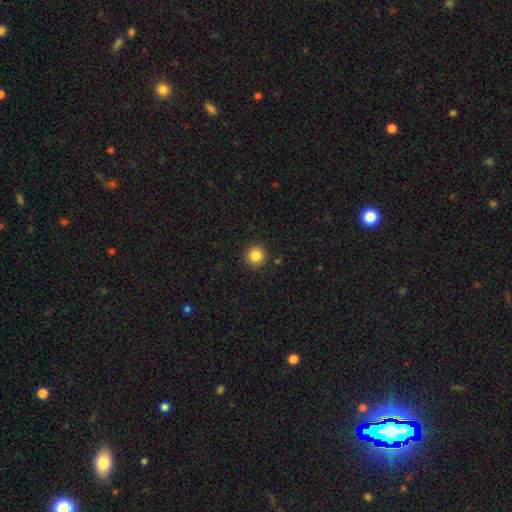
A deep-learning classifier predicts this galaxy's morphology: Smooth or featured? Predicted: smooth (p=0.85). How rounded? Predicted: round (p=0.95). Merging? Predicted: none (p=0.91).